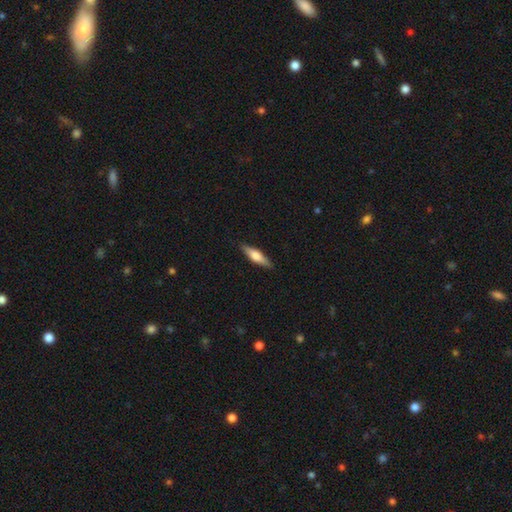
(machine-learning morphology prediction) smooth 52%, featured or disk 42%, star or artifact 6%. Down the decision tree: how rounded — cigar-shaped (70%); merging — none (89%).